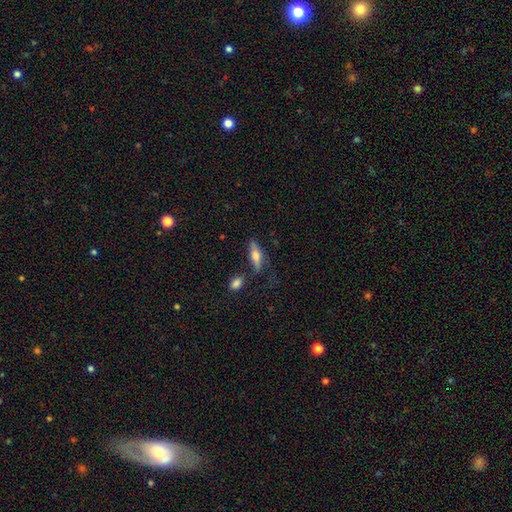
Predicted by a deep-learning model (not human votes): smooth 58%, featured or disk 35%, star or artifact 7%. Down the decision tree: how rounded — cigar-shaped (49%); merging — none (60%).